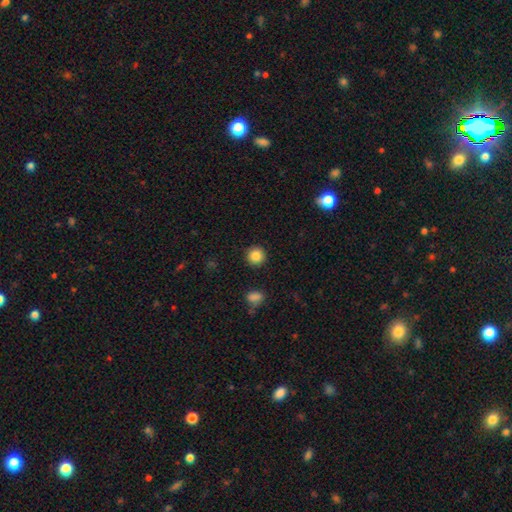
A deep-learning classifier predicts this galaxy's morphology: Smooth or featured: smooth — 86% (star or artifact — 10%)
How rounded: round — 94% (in between — 5%)
Merging: none — 91% (minor disturbance — 5%)